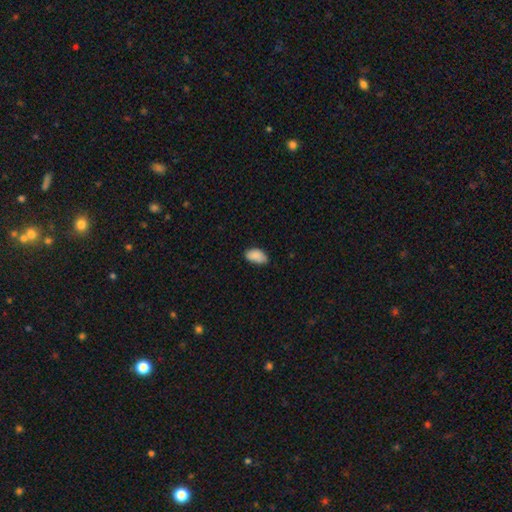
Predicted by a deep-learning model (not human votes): A smooth galaxy with no disk features (87%) that is in between round and cigar-shaped (93%). Merging: none (66%).